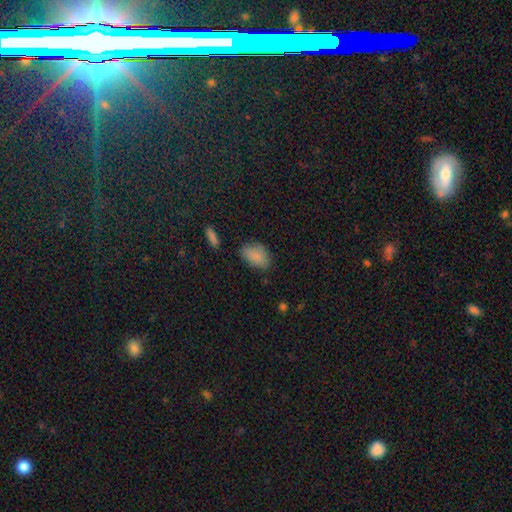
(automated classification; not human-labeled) This appears to be a smooth galaxy with no disk features (86%) that is in between round and cigar-shaped (90%). Merging: none (72%).